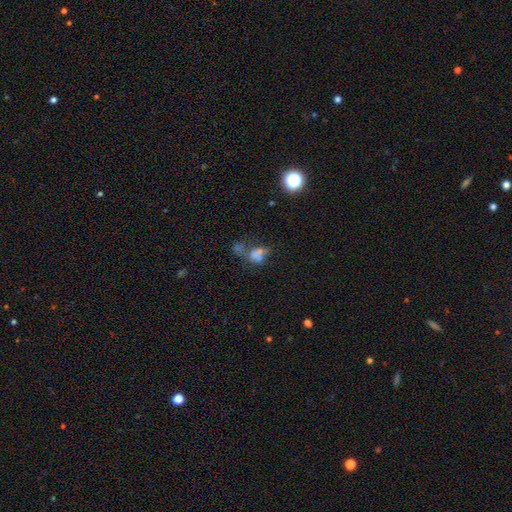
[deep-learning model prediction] This appears to be a smooth galaxy with no disk features (50%). Merging: merger (50%).